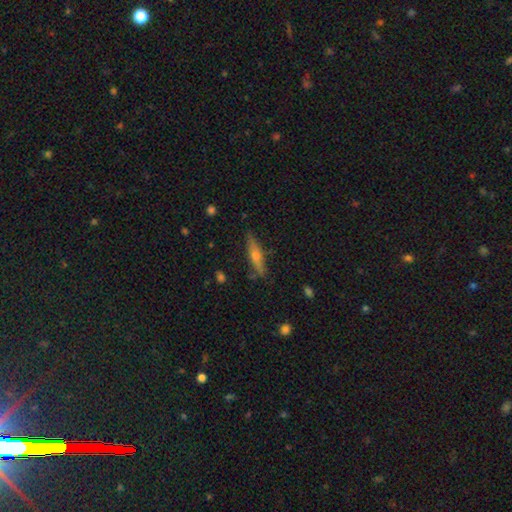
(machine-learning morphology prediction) Smooth or featured?
  - featured or disk: 58% *
  - smooth: 34%
  - star or artifact: 8%
Edge-on disk?
  - yes: 92% *
  - no: 8%
Edge-on bulge?
  - rounded: 86% *
  - none: 9%
  - boxy: 5%
Merging?
  - none: 82% *
  - minor disturbance: 14%
  - major disturbance: 3%
  - merger: 2%